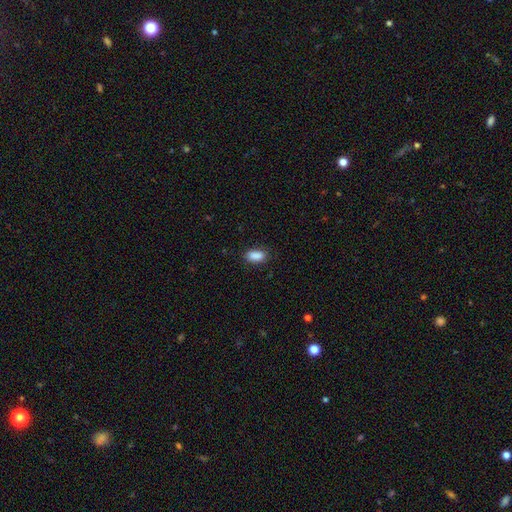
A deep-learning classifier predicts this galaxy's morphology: Smooth or featured: smooth — 89% (star or artifact — 8%)
How rounded: in between — 90% (cigar-shaped — 6%)
Merging: none — 84% (minor disturbance — 12%)